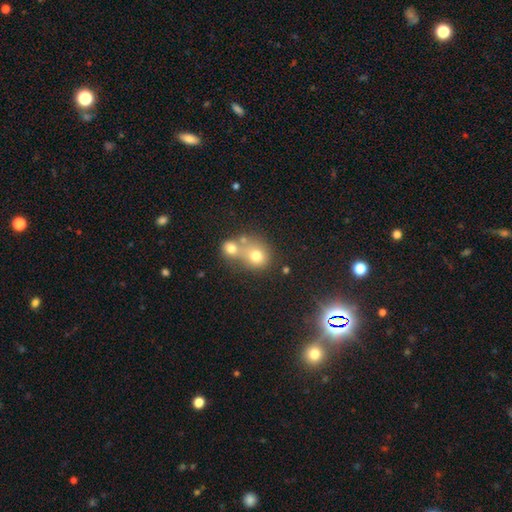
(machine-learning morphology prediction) This appears to be a smooth galaxy with no disk features (72%) that is round (77%). Merging: merger (53%).